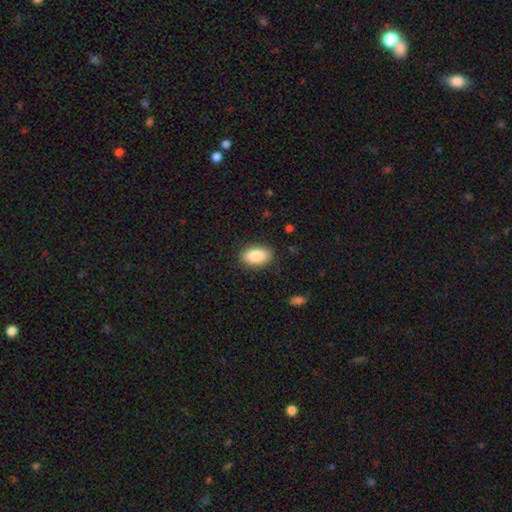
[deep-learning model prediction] Smooth or featured?
  - smooth: 88% *
  - star or artifact: 7%
  - featured or disk: 5%
How rounded?
  - in between: 92% *
  - round: 6%
  - cigar-shaped: 2%
Merging?
  - none: 87% *
  - minor disturbance: 10%
  - major disturbance: 3%
  - merger: 1%